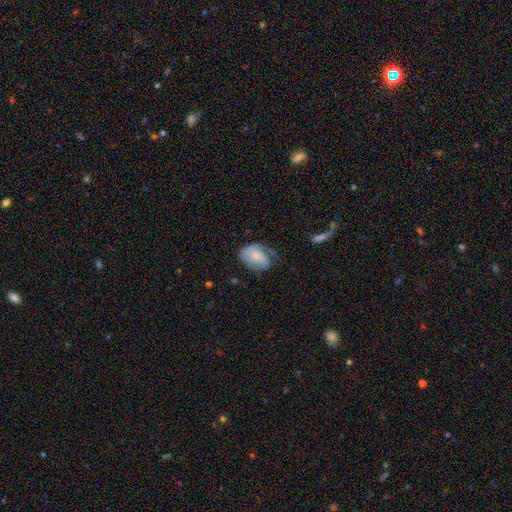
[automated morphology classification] smooth_or_featured: featured or disk (p=0.49) [alt: smooth p=0.44]
merging: none (p=0.41) [alt: minor disturbance p=0.30]